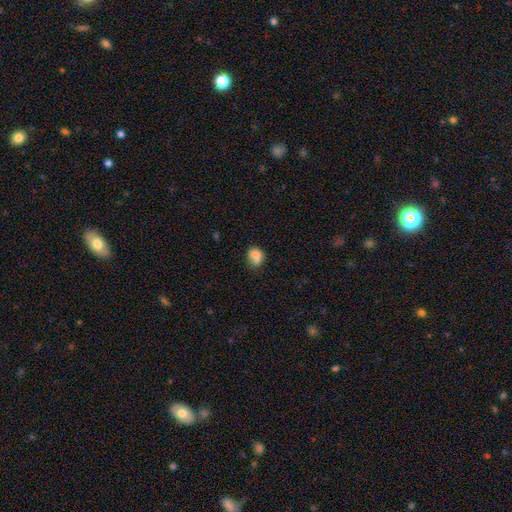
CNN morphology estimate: A smooth galaxy with no disk features (79%) that is round (63%).

Vote fractions:
- Smooth or featured? smooth: 79% / featured or disk: 11% / star or artifact: 10%
- How rounded? round: 63% / in between: 36% / cigar-shaped: 1%
- Merging? none: 51% / minor disturbance: 27% / merger: 11% / major disturbance: 10%